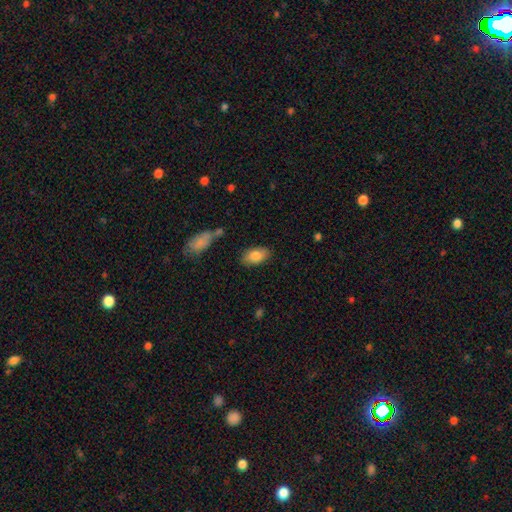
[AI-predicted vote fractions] Smooth or featured? Predicted: smooth (p=0.82). How rounded? Predicted: in between (p=0.93). Merging? Predicted: none (p=0.82).